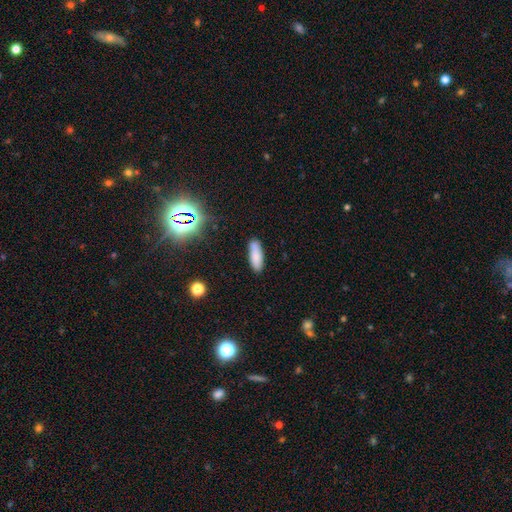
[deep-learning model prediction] Morphology: type=smooth (82%); roundness=in between (55%); merging=none (82%).